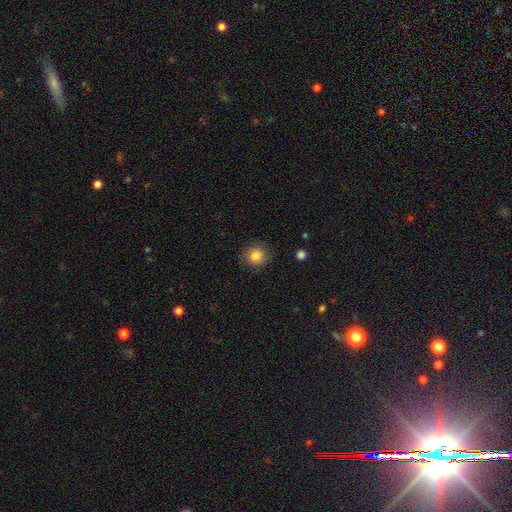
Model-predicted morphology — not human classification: Smooth or featured? Predicted: smooth (p=0.85). How rounded? Predicted: round (p=0.91). Merging? Predicted: none (p=0.87).